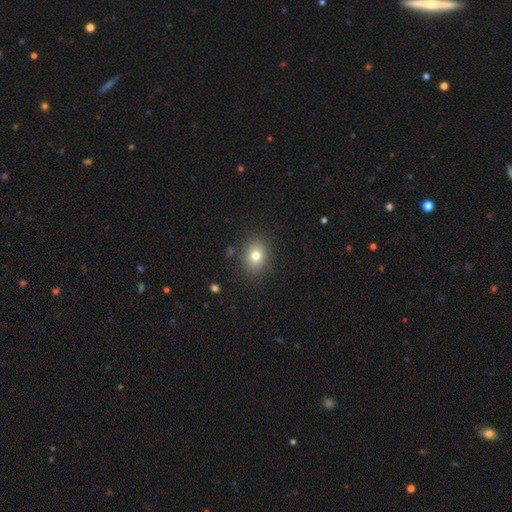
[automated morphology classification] This appears to be a smooth galaxy with no disk features (77%) that is round (57%). Merging: none (86%).